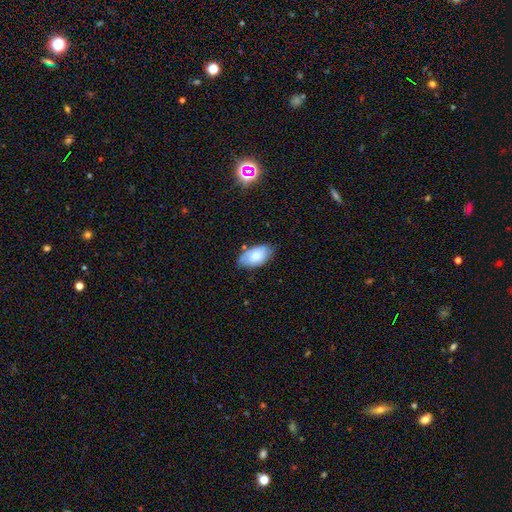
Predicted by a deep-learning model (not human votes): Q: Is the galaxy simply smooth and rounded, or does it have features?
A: smooth — 67%.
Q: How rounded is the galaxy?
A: in between — 94%.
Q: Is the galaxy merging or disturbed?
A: none — 70%.